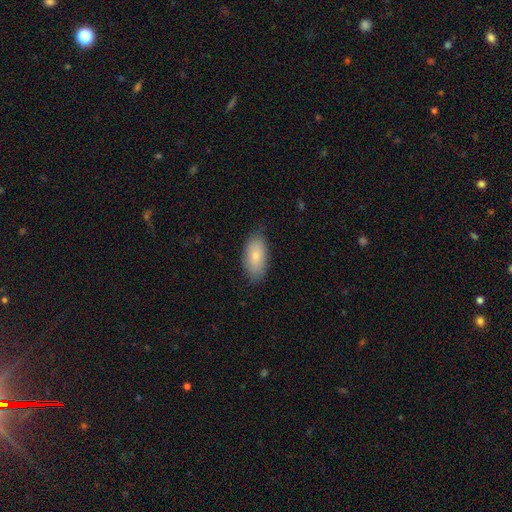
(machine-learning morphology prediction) smooth_or_featured: smooth (p=0.77) [alt: featured or disk p=0.17]
how_rounded: in between (p=0.93) [alt: cigar-shaped p=0.04]
merging: none (p=0.78) [alt: minor disturbance p=0.18]